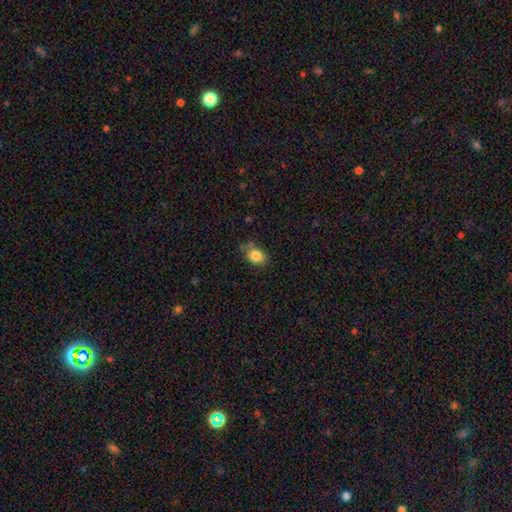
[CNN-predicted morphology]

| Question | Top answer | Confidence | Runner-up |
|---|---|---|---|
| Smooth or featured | smooth | 84% | star or artifact (9%) |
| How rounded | in between | 60% | round (39%) |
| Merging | none | 69% | minor disturbance (21%) |